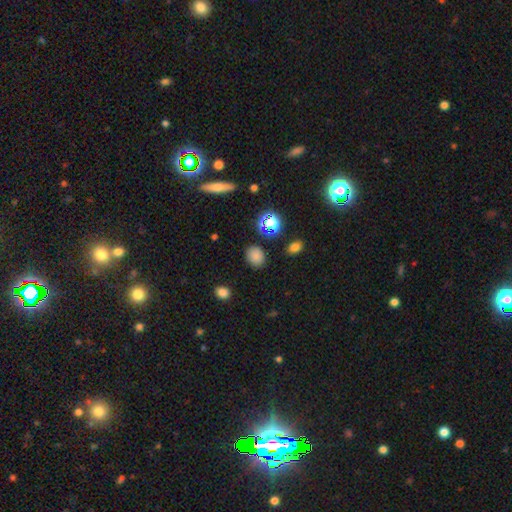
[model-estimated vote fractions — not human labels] smooth_or_featured: smooth (p=0.78) [alt: star or artifact p=0.16]
how_rounded: round (p=0.60) [alt: in between p=0.39]
merging: none (p=0.84) [alt: minor disturbance p=0.10]